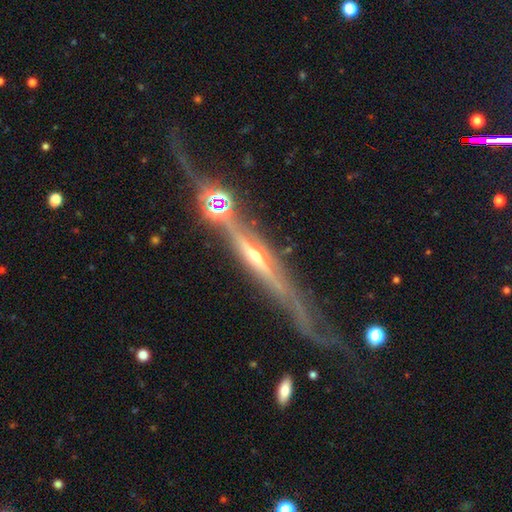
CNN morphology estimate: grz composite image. It shows a featured or disk galaxy (85%) viewed edge-on (90%) with a rounded central bulge (74%). Merging: none (51%).